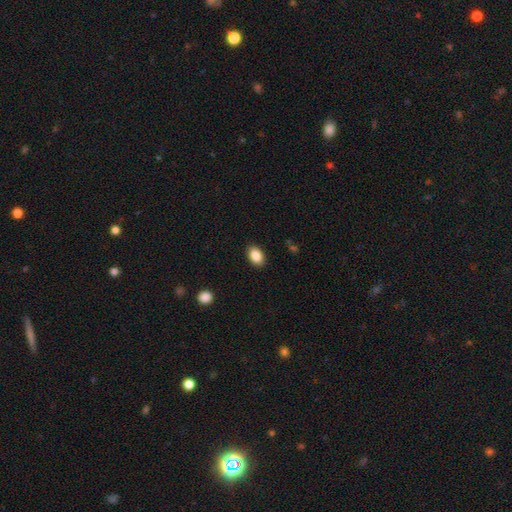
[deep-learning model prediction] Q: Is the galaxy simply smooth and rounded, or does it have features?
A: smooth — 88%.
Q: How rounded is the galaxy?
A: in between — 86%.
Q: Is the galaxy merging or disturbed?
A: none — 89%.